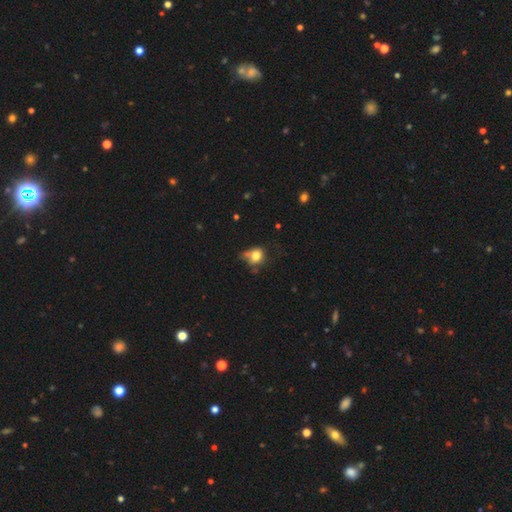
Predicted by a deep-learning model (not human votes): Overall: smooth (75%). How rounded: round (59%; in between 40%). Merging: none (40%; minor disturbance 31%).